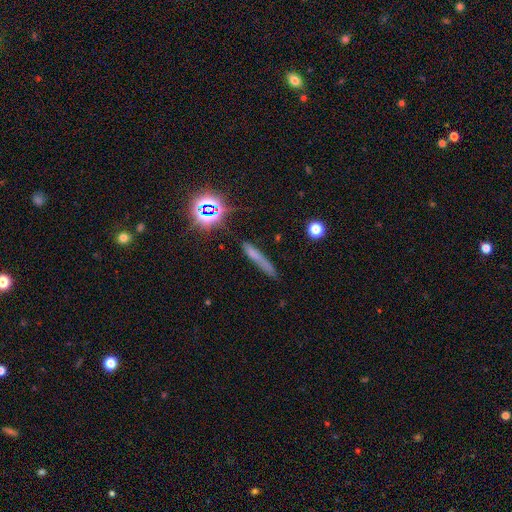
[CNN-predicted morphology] This is possibly a smooth galaxy (60%). How rounded: clearly cigar-shaped (89%). Merging: likely none (73%).